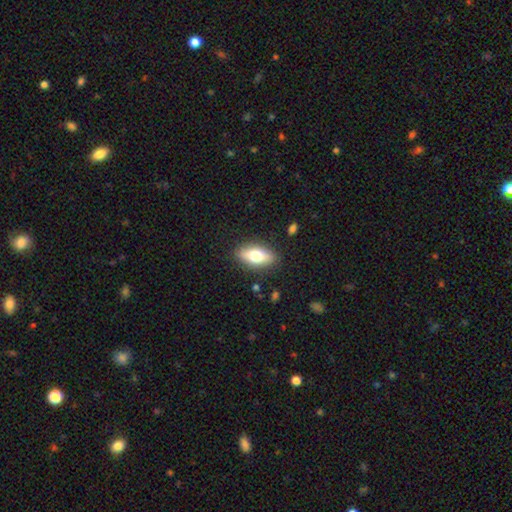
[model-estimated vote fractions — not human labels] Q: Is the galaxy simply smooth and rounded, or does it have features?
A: smooth — 69%.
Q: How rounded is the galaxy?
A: in between — 82%.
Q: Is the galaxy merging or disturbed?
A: none — 86%.